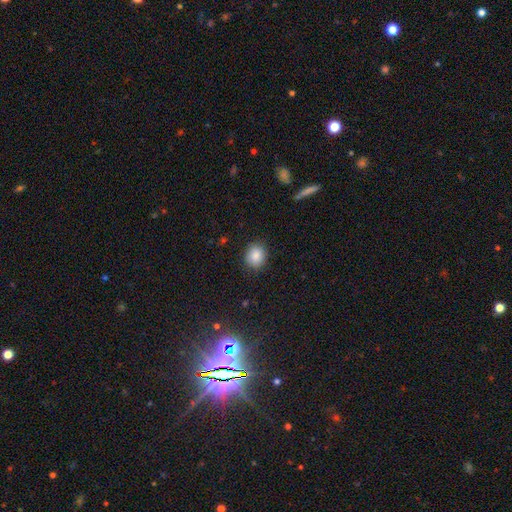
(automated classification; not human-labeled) smooth 86%, star or artifact 9%, featured or disk 5%. Down the decision tree: how rounded — round (67%); merging — none (86%).